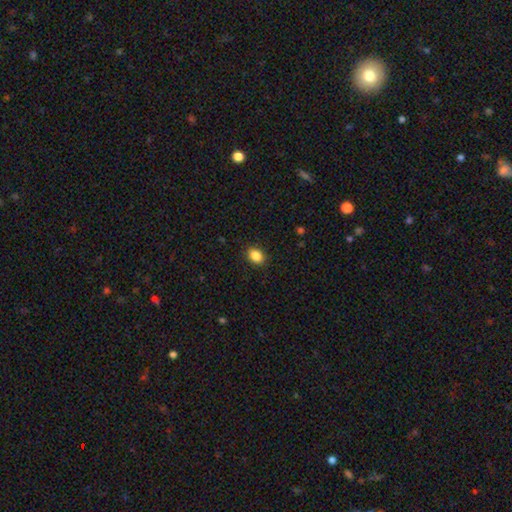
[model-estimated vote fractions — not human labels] Morphology: type=smooth (87%); roundness=in between (74%); merging=none (89%).